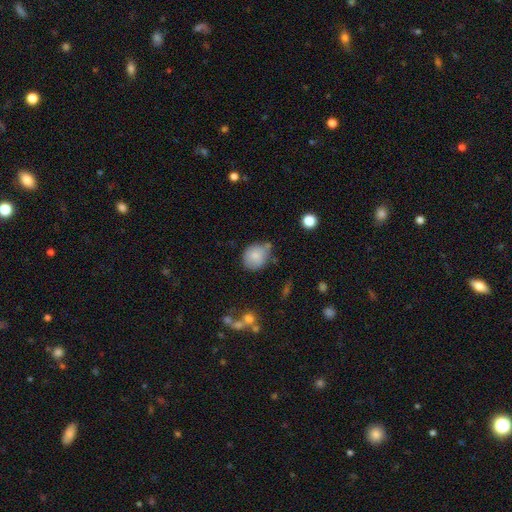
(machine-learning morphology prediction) This is clearly a smooth galaxy (80%). How rounded: likely round (63%). Merging: possibly none (53%).